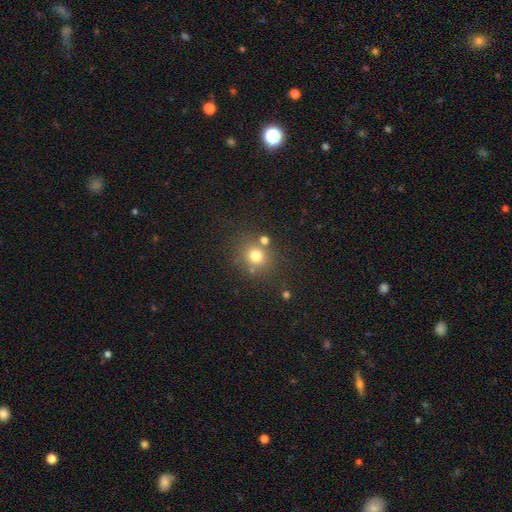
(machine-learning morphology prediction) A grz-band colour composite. It shows a smooth galaxy with no disk features (74%) that is round (87%). Merging: none (75%).